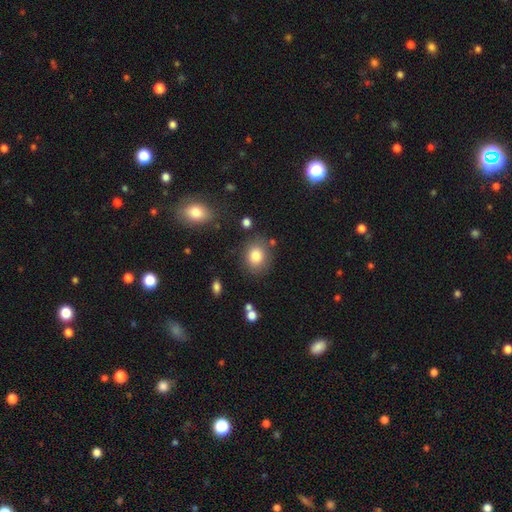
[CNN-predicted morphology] This appears to be a smooth galaxy with no disk features (82%) that is round (66%). Merging: none (80%).